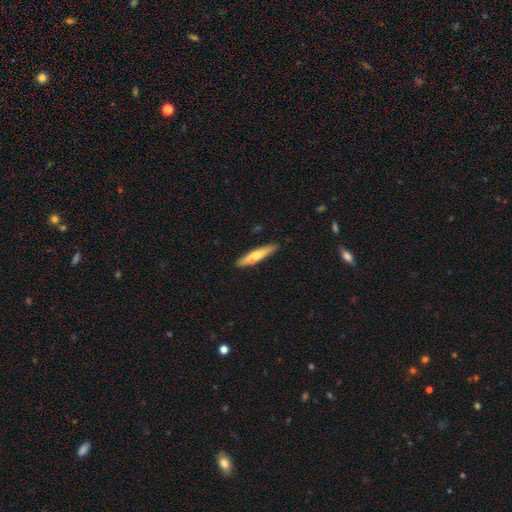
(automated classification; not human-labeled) A smooth galaxy with no disk features (56%) that is cigar-shaped (87%). Merging: none (82%).